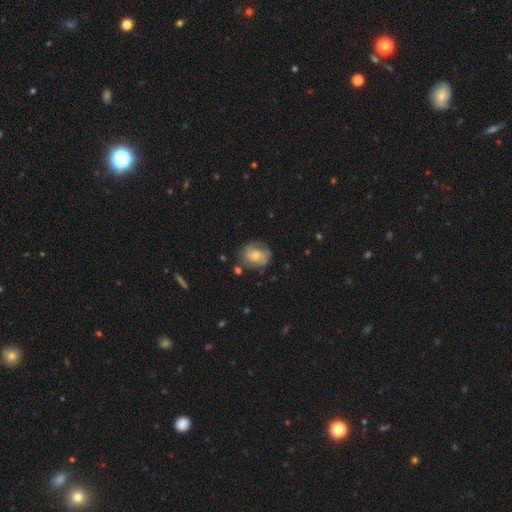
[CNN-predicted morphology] Q: Smooth or featured?
A: smooth (56%); runner-up: featured or disk (36%)
Q: How rounded?
A: round (64%); runner-up: in between (35%)
Q: Merging?
A: none (62%); runner-up: minor disturbance (24%)